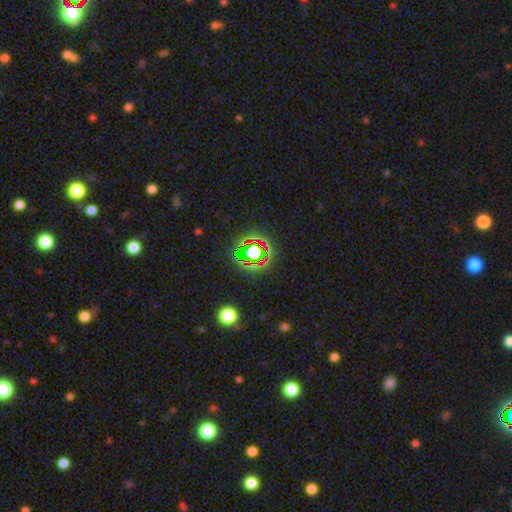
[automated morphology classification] This appears to be a star or artifact, not a galaxy (67%).